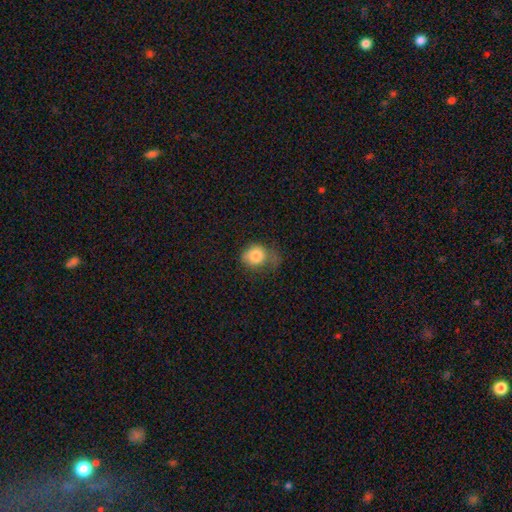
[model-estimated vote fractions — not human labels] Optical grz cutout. It shows a smooth galaxy with no disk features (81%) that is round (65%). Merging: none (33%).